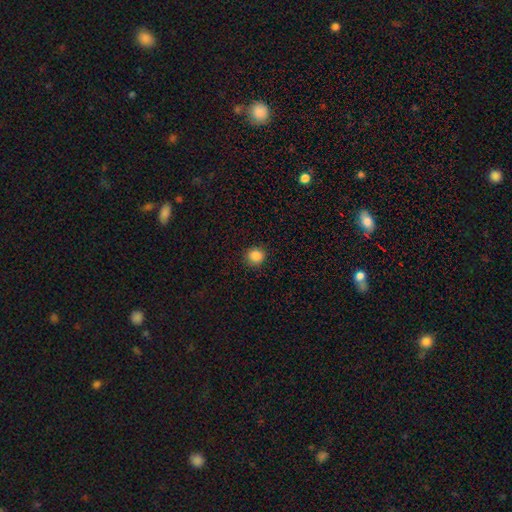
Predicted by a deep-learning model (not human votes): Overall: smooth (86%). How rounded: round (89%). Merging: none (91%).